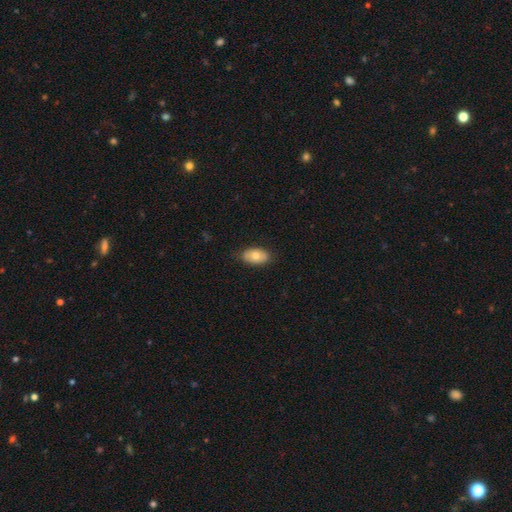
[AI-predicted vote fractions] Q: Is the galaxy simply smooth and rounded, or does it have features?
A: smooth — 72%.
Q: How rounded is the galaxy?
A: in between — 92%.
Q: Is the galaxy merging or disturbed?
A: none — 84%.